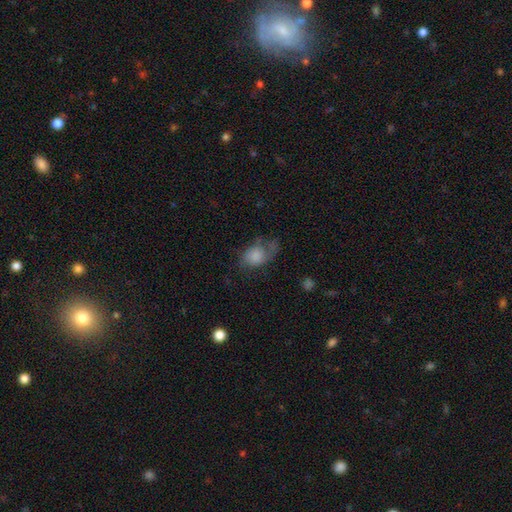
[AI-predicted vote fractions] Smooth or featured? Predicted: smooth (p=0.66). How rounded? Predicted: in between (p=0.73). Merging? Predicted: major disturbance (p=0.34).